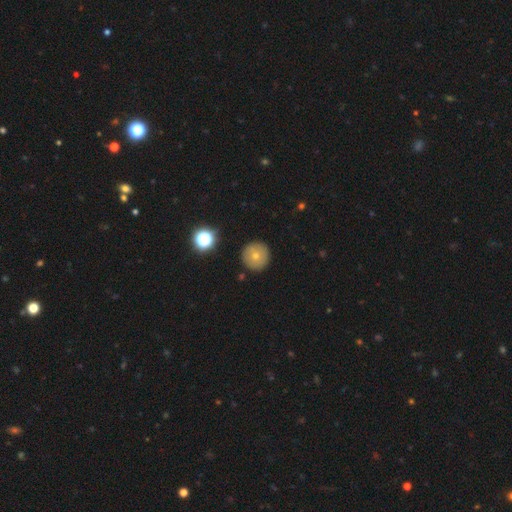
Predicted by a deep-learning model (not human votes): Overall: smooth (70%). How rounded: round (96%). Merging: none (90%).